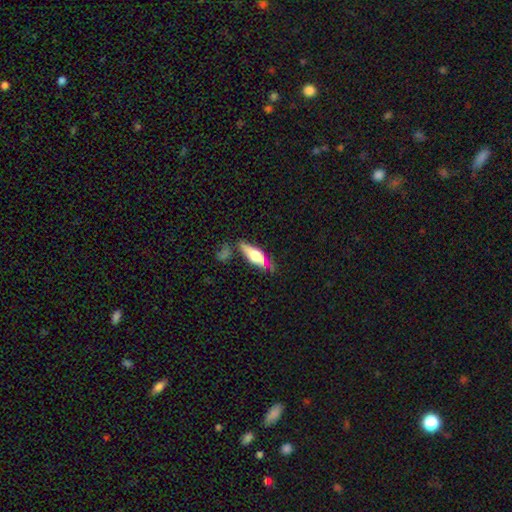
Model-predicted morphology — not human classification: Smooth or featured?
  - featured or disk: 48% *
  - smooth: 45%
  - star or artifact: 7%
Merging?
  - none: 60% *
  - minor disturbance: 22%
  - merger: 9%
  - major disturbance: 9%